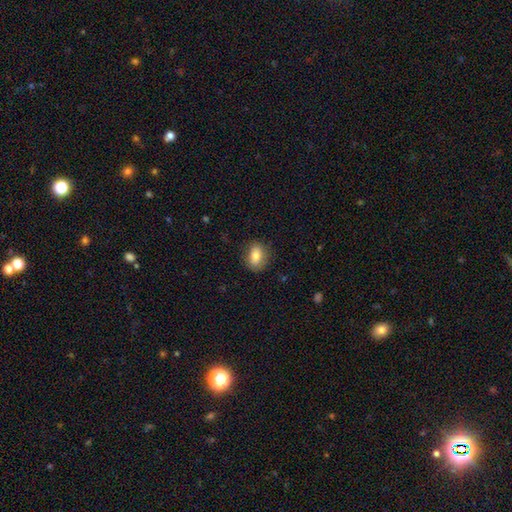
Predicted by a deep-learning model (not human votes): Smooth or featured? smooth (80%)
How rounded? in between (72%)
Merging? none (82%)